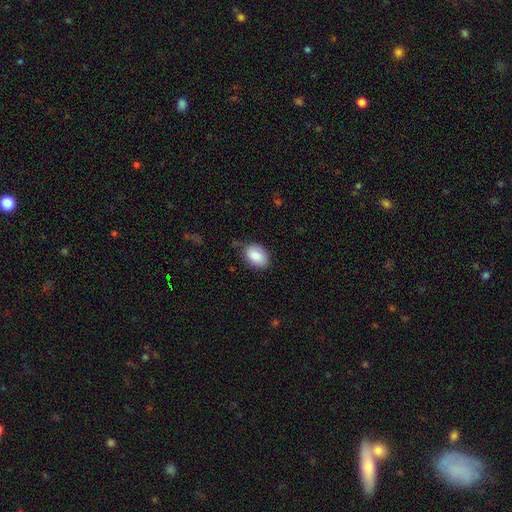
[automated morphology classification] The model was most divided on "merging": none: 77%, minor disturbance: 18%, major disturbance: 4%, merger: 2%. More confident: smooth or featured — smooth (87%); how rounded — in between (83%).